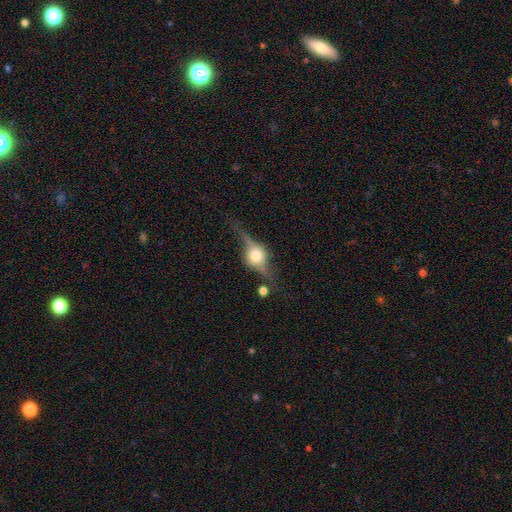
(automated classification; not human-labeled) smooth_or_featured: featured or disk (p=0.75) [alt: smooth p=0.17]
disk_edge_on: yes (p=0.91) [alt: no p=0.09]
edge_on_bulge: rounded (p=0.95) [alt: boxy p=0.04]
merging: none (p=0.65) [alt: minor disturbance p=0.20]